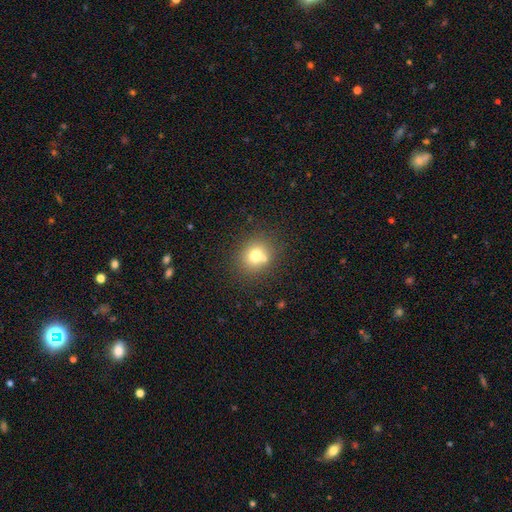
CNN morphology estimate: This appears to be a smooth galaxy with no disk features (72%) that is round (78%). Merging: none (65%).